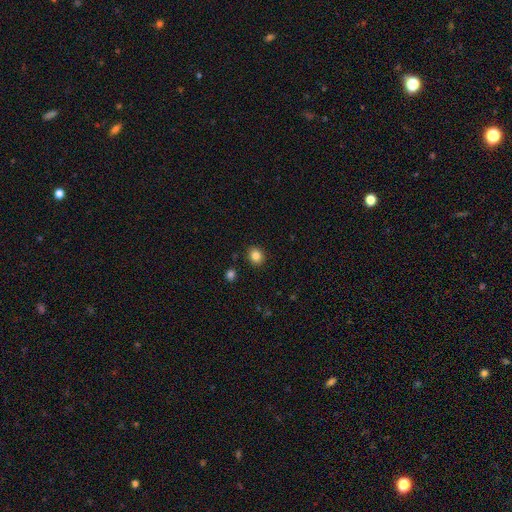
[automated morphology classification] type=smooth (84%); roundness=round (70%); merging=none (90%).